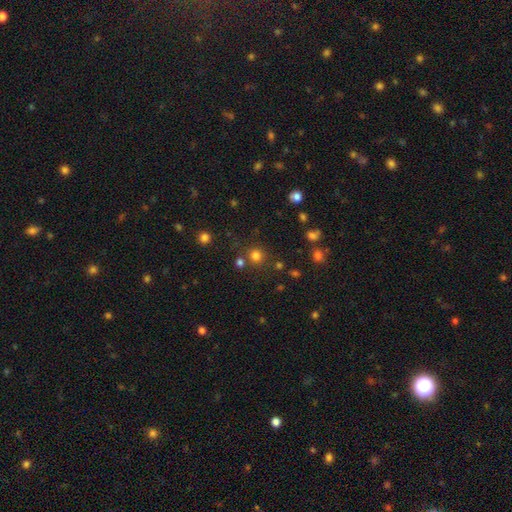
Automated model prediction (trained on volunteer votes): smooth_or_featured: smooth (p=0.77) [alt: star or artifact p=0.18]
how_rounded: round (p=0.92) [alt: in between p=0.07]
merging: none (p=0.80) [alt: merger p=0.09]